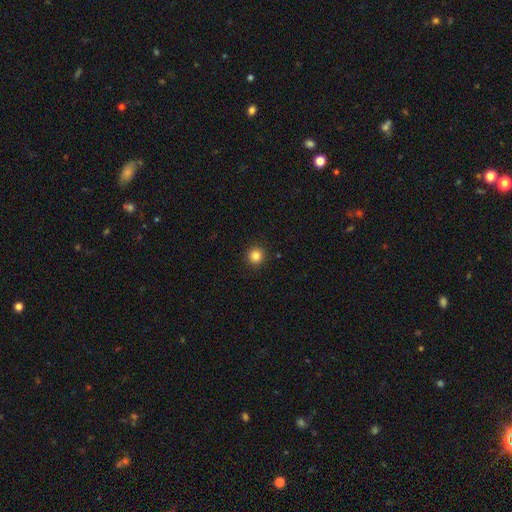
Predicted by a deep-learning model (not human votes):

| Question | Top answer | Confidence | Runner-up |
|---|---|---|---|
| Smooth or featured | smooth | 84% | star or artifact (12%) |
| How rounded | round | 94% | in between (5%) |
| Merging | none | 93% | minor disturbance (5%) |